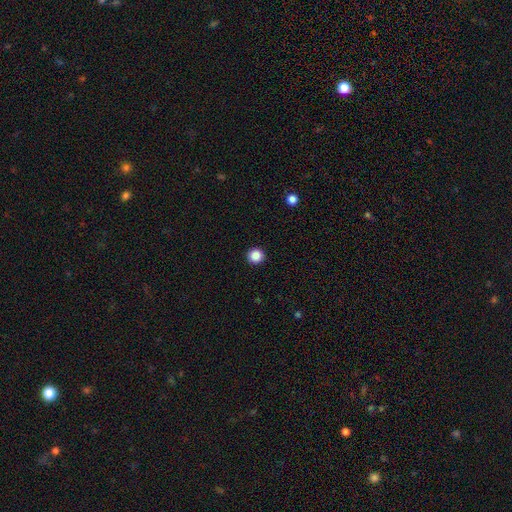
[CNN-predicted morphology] This is clearly a smooth galaxy (87%). How rounded: clearly round (95%). Merging: clearly none (93%).